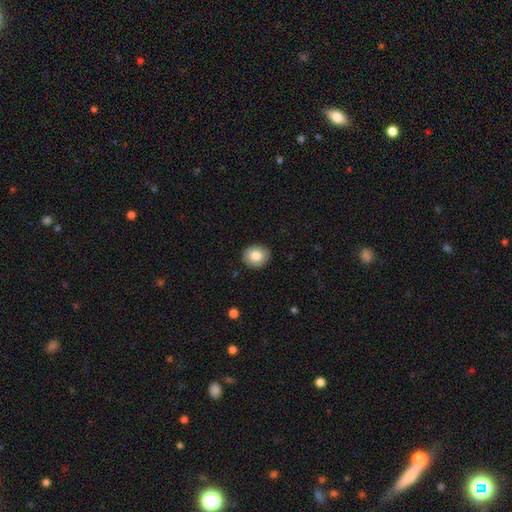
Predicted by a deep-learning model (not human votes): This appears to be a smooth galaxy with no disk features (81%) that is round (61%). Merging: none (90%).